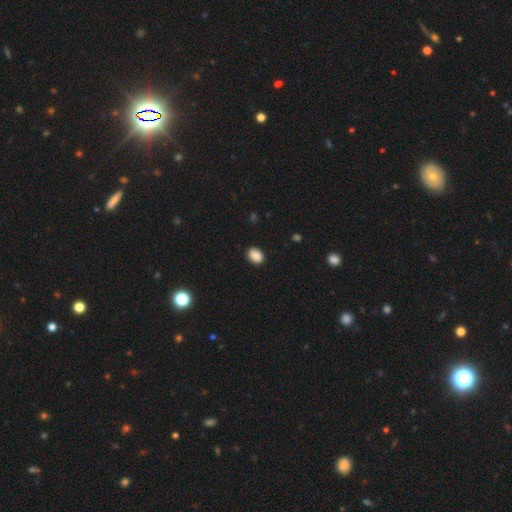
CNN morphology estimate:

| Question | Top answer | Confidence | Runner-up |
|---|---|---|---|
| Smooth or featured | smooth | 88% | star or artifact (9%) |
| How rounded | in between | 71% | round (28%) |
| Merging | none | 87% | minor disturbance (10%) |